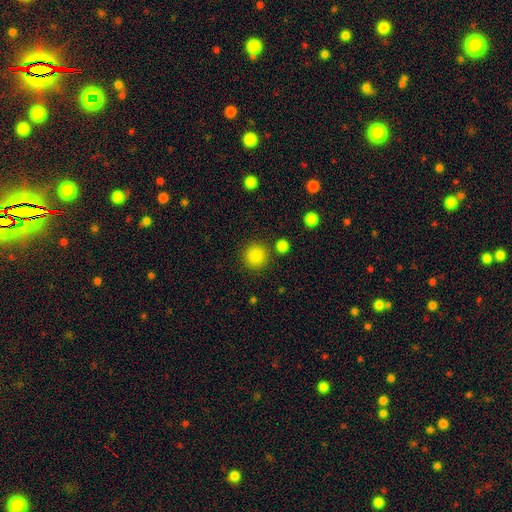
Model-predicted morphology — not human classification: type=smooth (87%); roundness=round (93%); merging=none (87%).